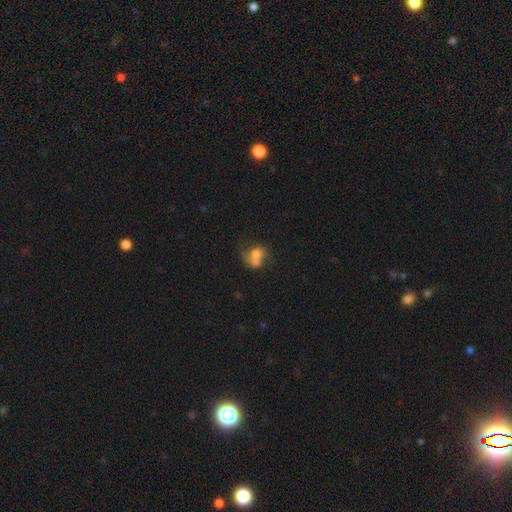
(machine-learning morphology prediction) Smooth or featured? Predicted: smooth (p=0.61). How rounded? Predicted: in between (p=0.51). Merging? Predicted: merger (p=0.44).